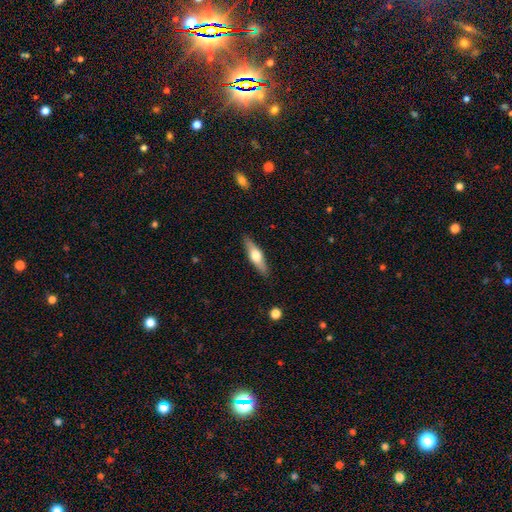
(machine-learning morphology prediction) A featured or disk galaxy (48%). Merging: none (88%).